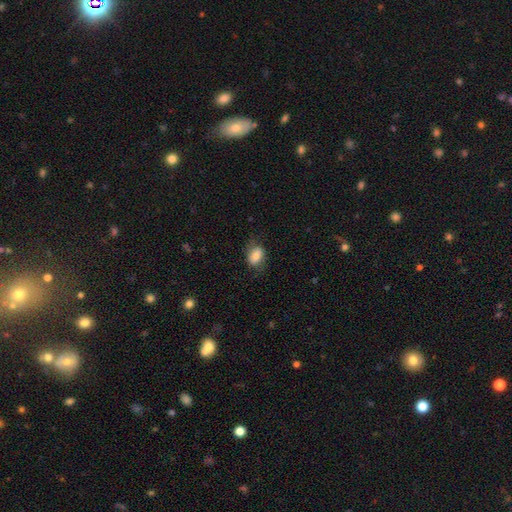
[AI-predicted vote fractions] Morphology: type=smooth (74%); roundness=in between (79%); merging=none (67%).